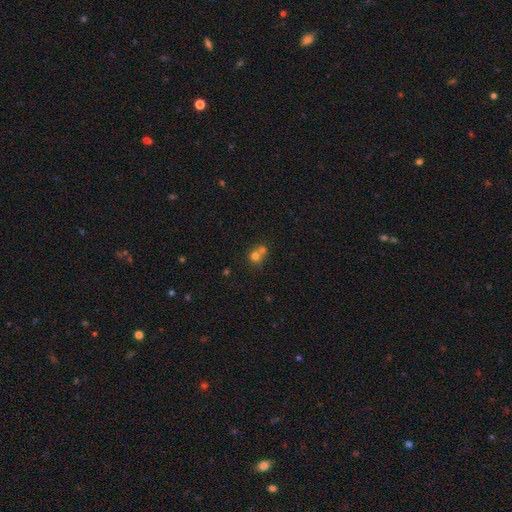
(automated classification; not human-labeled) Morphology: type=smooth (72%); roundness=round (79%); merging=merger (56%).